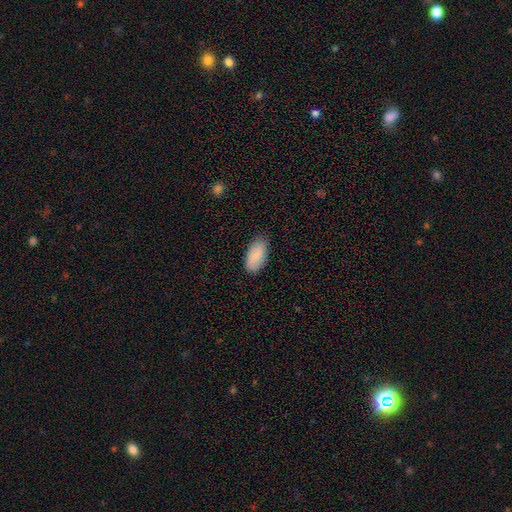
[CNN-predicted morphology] smooth-or-featured: smooth: 88% | star or artifact: 6% | featured or disk: 6%
  how-rounded: in between: 95% | cigar-shaped: 3% | round: 2%
  merging: none: 84% | minor disturbance: 12% | major disturbance: 2% | merger: 1%